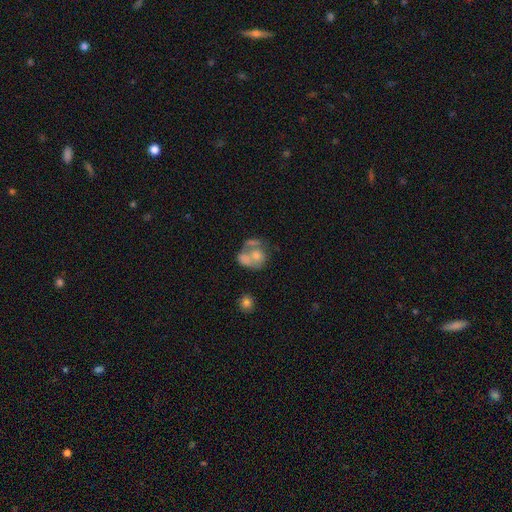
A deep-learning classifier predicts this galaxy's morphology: Smooth or featured?
  - smooth: 48% *
  - featured or disk: 42%
  - star or artifact: 10%
Merging?
  - merger: 49% *
  - none: 22%
  - major disturbance: 18%
  - minor disturbance: 11%